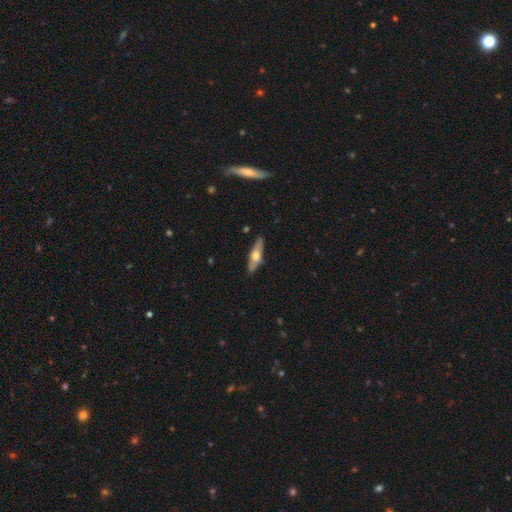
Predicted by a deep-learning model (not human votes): featured or disk 51%, smooth 44%, star or artifact 6%. Down the decision tree: edge-on disk — yes (76%); merging — none (84%).